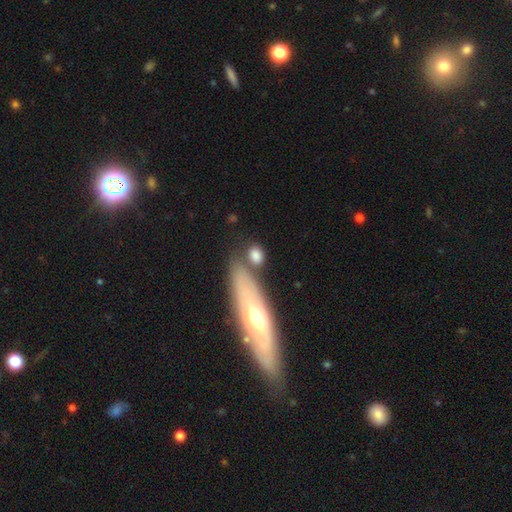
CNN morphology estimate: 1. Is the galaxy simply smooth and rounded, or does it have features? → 81% smooth, 11% featured or disk, 8% star or artifact.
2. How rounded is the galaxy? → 50% in between, 40% round, 9% cigar-shaped.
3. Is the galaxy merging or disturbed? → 61% none, 19% merger, 14% minor disturbance, 7% major disturbance.